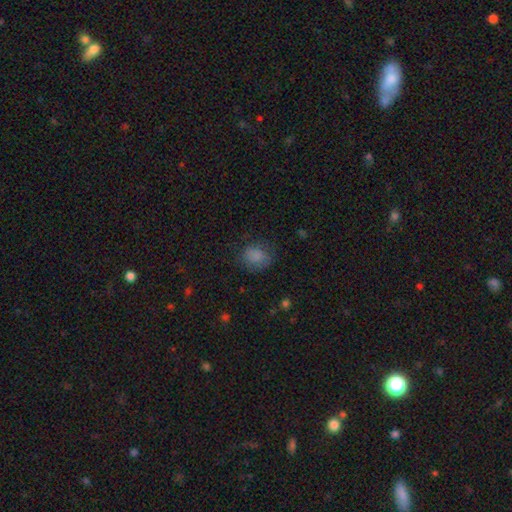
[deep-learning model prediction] Smooth or featured? Predicted: smooth (p=0.80). How rounded? Predicted: round (p=0.67). Merging? Predicted: none (p=0.71).